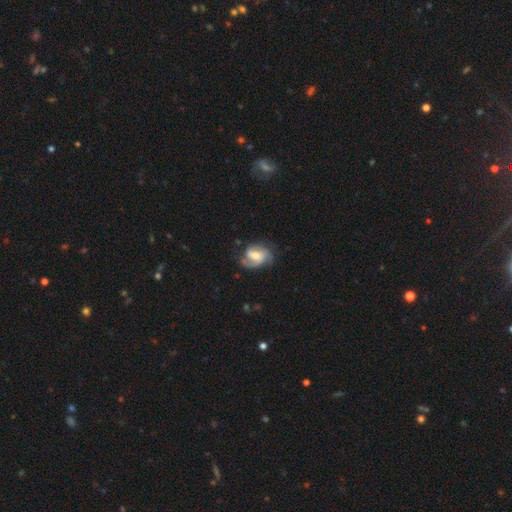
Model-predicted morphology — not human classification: smooth_or_featured: featured or disk (p=0.76) [alt: smooth p=0.18]
disk_edge_on: no (p=0.97) [alt: yes p=0.03]
bar: weak (p=0.45) [alt: no p=0.38]
has_spiral_arms: yes (p=0.93) [alt: no p=0.07]
spiral_winding: medium (p=0.46) [alt: tight p=0.35]
spiral_arm_count: 2 (p=0.41) [alt: 3 p=0.29]
bulge_size: moderate (p=0.58) [alt: small p=0.27]
merging: none (p=0.60) [alt: minor disturbance p=0.23]